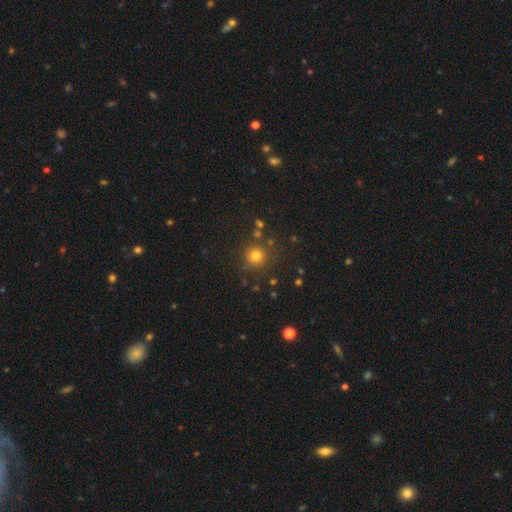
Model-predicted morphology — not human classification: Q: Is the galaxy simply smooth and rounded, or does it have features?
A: smooth — 77%.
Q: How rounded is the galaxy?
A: round — 93%.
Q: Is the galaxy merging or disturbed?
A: none — 82%.